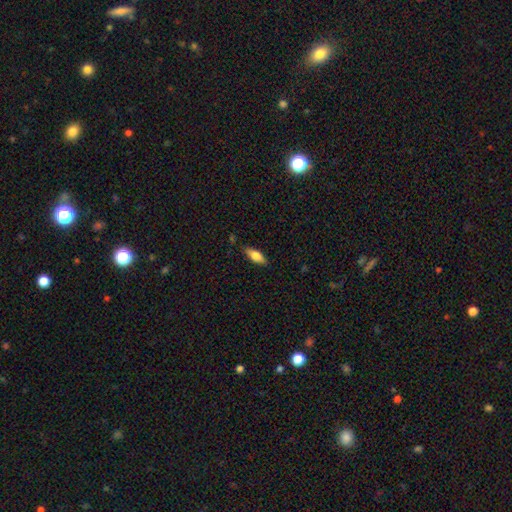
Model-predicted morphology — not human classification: Smooth or featured?
  - smooth: 72% *
  - featured or disk: 21%
  - star or artifact: 7%
How rounded?
  - in between: 70% *
  - cigar-shaped: 28%
  - round: 2%
Merging?
  - none: 82% *
  - minor disturbance: 14%
  - major disturbance: 3%
  - merger: 2%